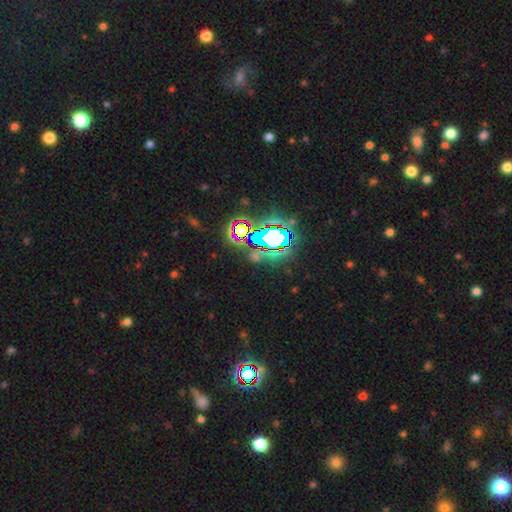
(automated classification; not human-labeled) smooth-or-featured: star or artifact: 73% | smooth: 17% | featured or disk: 11%